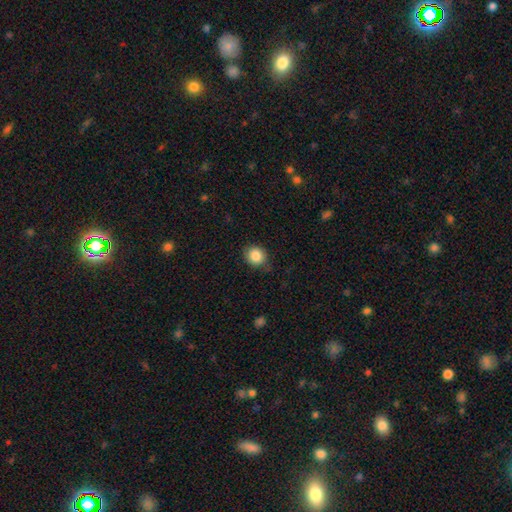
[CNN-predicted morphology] smooth_or_featured: smooth (p=0.87) [alt: star or artifact p=0.09]
how_rounded: round (p=0.79) [alt: in between p=0.20]
merging: none (p=0.80) [alt: minor disturbance p=0.16]